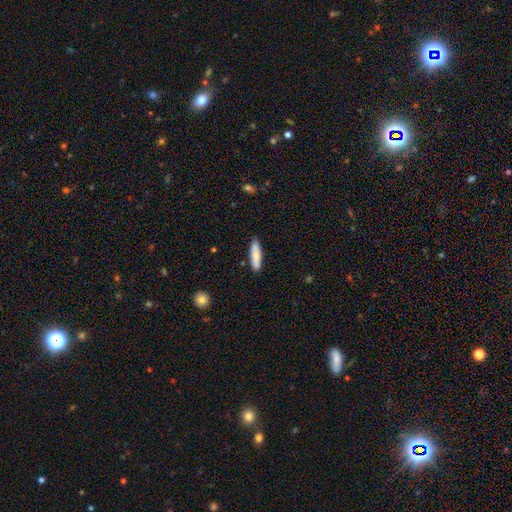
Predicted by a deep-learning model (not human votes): Smooth or featured?
  - smooth: 80% *
  - featured or disk: 14%
  - star or artifact: 6%
How rounded?
  - cigar-shaped: 75% *
  - in between: 23%
  - round: 1%
Merging?
  - none: 88% *
  - minor disturbance: 9%
  - major disturbance: 2%
  - merger: 1%